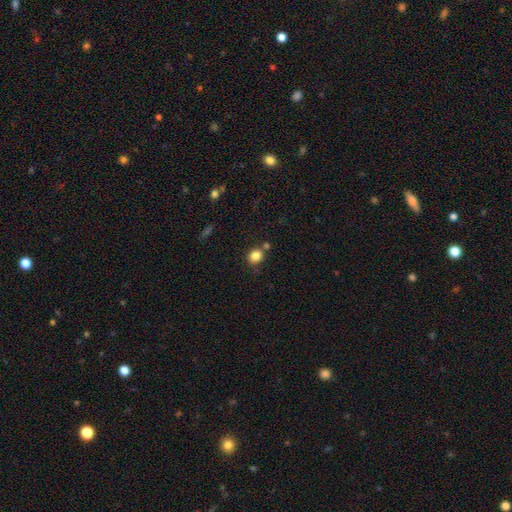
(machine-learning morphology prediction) This appears to be a smooth galaxy with no disk features (84%) that is round (79%). Merging: none (70%).